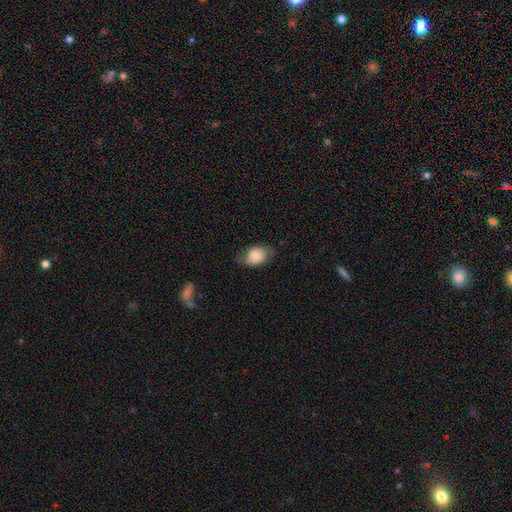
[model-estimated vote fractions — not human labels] A smooth galaxy with no disk features (75%) that is in between round and cigar-shaped (79%).

Vote fractions:
- Smooth or featured? smooth: 75% / featured or disk: 18% / star or artifact: 8%
- How rounded? in between: 79% / round: 19% / cigar-shaped: 1%
- Merging? none: 64% / minor disturbance: 26% / major disturbance: 9% / merger: 1%